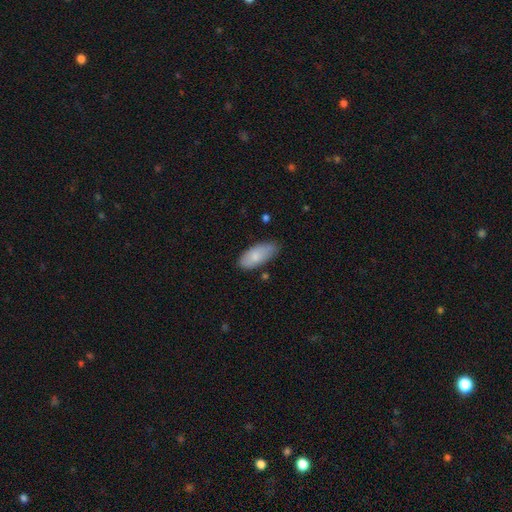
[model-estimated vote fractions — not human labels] Q: Smooth or featured?
A: smooth (81%); runner-up: featured or disk (13%)
Q: How rounded?
A: in between (88%); runner-up: cigar-shaped (10%)
Q: Merging?
A: none (73%); runner-up: minor disturbance (22%)